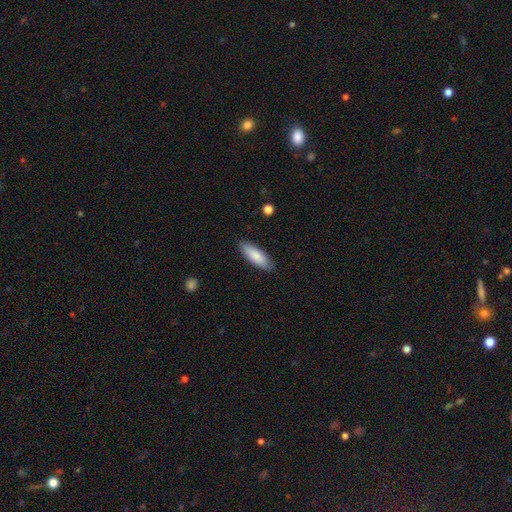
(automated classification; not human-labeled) smooth 85%, featured or disk 10%, star or artifact 5%. Down the decision tree: how rounded — in between (60%); merging — none (87%).